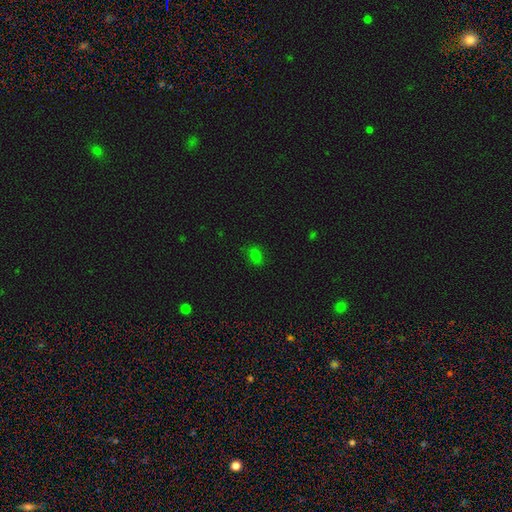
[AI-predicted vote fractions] Smooth or featured?
  - smooth: 75% *
  - star or artifact: 19%
  - featured or disk: 7%
How rounded?
  - in between: 70% *
  - round: 28%
  - cigar-shaped: 2%
Merging?
  - none: 79% *
  - minor disturbance: 16%
  - major disturbance: 4%
  - merger: 1%